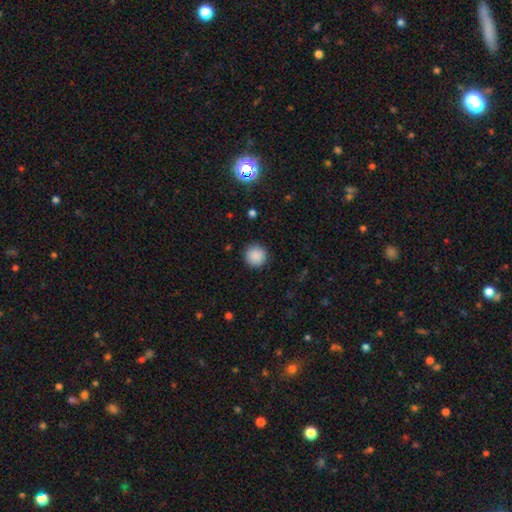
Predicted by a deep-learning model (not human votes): Overall: smooth (88%). How rounded: round (96%). Merging: none (91%).